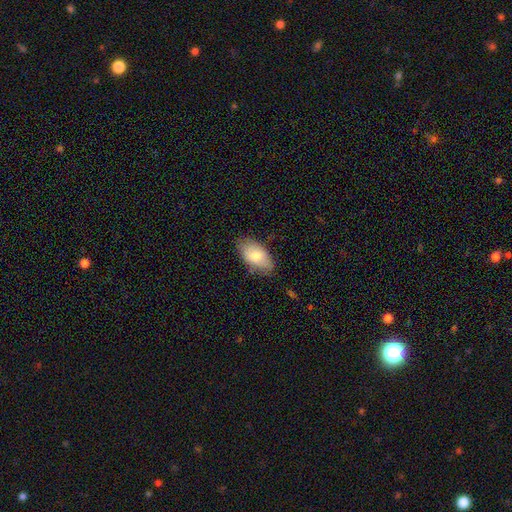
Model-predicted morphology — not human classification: smooth_or_featured: smooth (p=0.75) [alt: featured or disk p=0.18]
how_rounded: in between (p=0.93) [alt: round p=0.05]
merging: none (p=0.75) [alt: minor disturbance p=0.20]